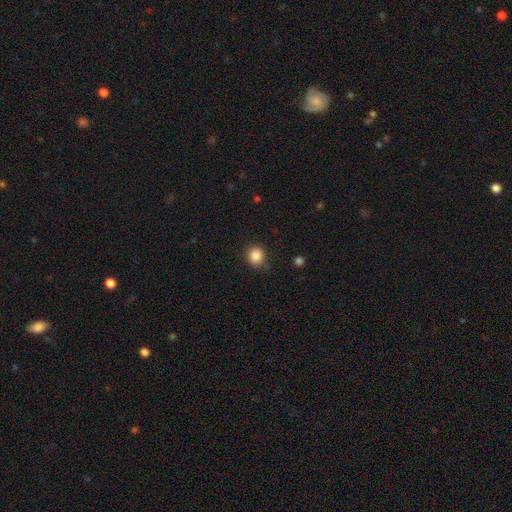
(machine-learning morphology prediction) This appears to be a smooth galaxy with no disk features (86%) that is round (78%). Merging: none (83%).